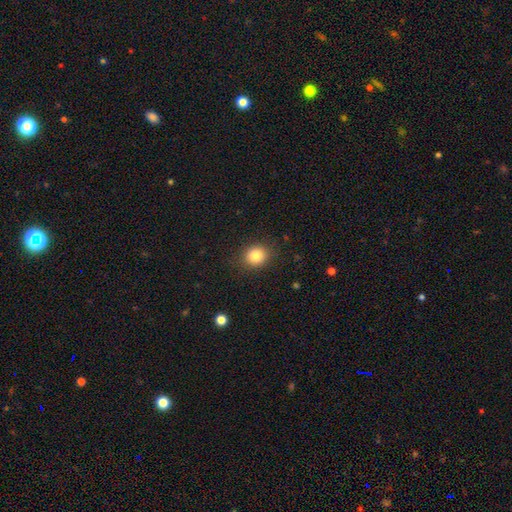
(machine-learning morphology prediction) A smooth galaxy with no disk features (83%) that is round (80%). Merging: none (88%).